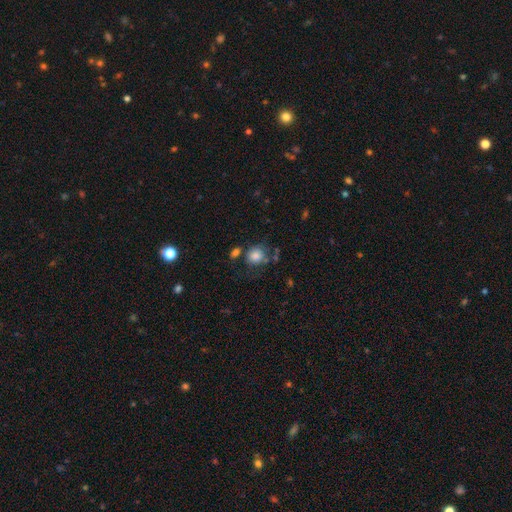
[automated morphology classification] The model was most divided on "merging": none: 56%, minor disturbance: 20%, merger: 14%, major disturbance: 10%. More confident: smooth or featured — smooth (80%); how rounded — round (74%).